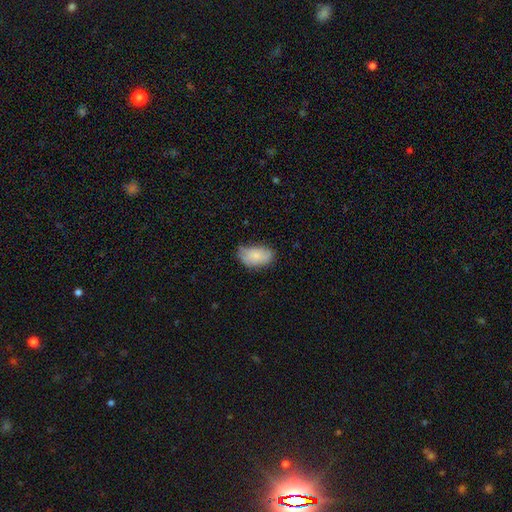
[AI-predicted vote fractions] Smooth or featured? smooth (77%)
How rounded? in between (92%)
Merging? none (58%)